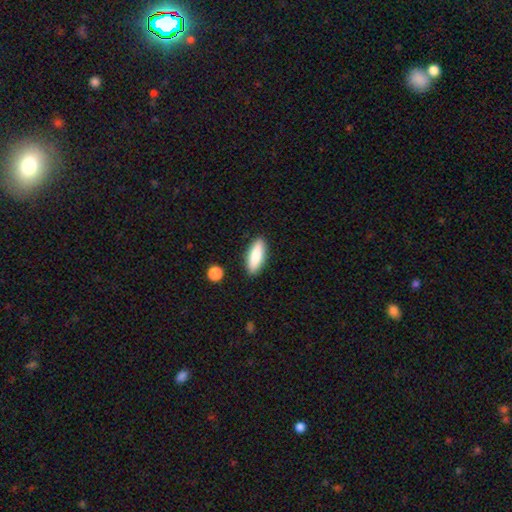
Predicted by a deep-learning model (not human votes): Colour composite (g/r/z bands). It shows a smooth galaxy with no disk features (81%) that is in between round and cigar-shaped (56%). Merging: none (88%).